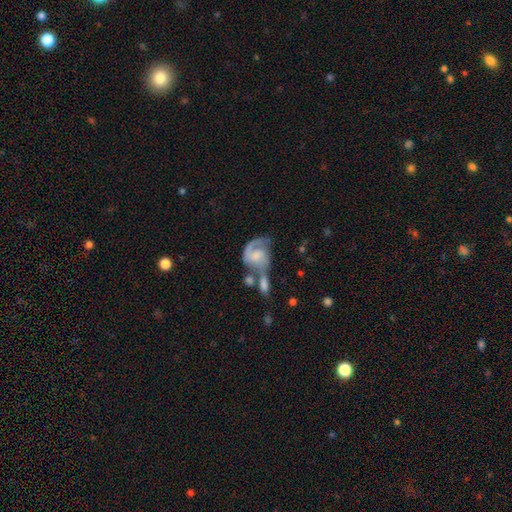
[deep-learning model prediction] smooth_or_featured: featured or disk (p=0.74) [alt: smooth p=0.20]
disk_edge_on: no (p=0.97) [alt: yes p=0.03]
bar: no (p=0.60) [alt: weak p=0.32]
has_spiral_arms: yes (p=0.90) [alt: no p=0.10]
spiral_winding: medium (p=0.45) [alt: tight p=0.28]
spiral_arm_count: 2 (p=0.59) [alt: 1 p=0.30]
bulge_size: none (p=0.31) [alt: moderate p=0.28]
merging: merger (p=0.38) [alt: none p=0.27]